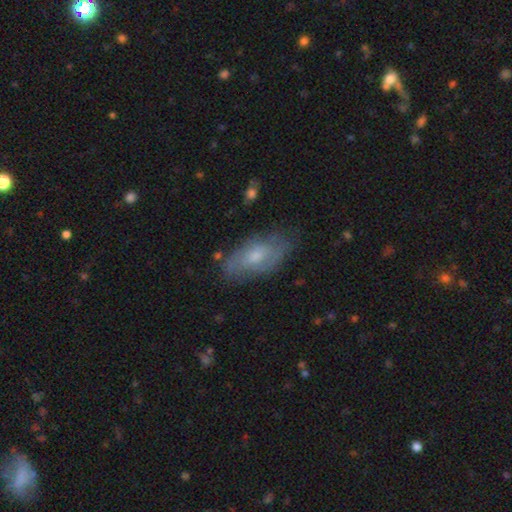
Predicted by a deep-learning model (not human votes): Morphology: type=featured or disk (46%, tied with smooth); merging=none (70%).